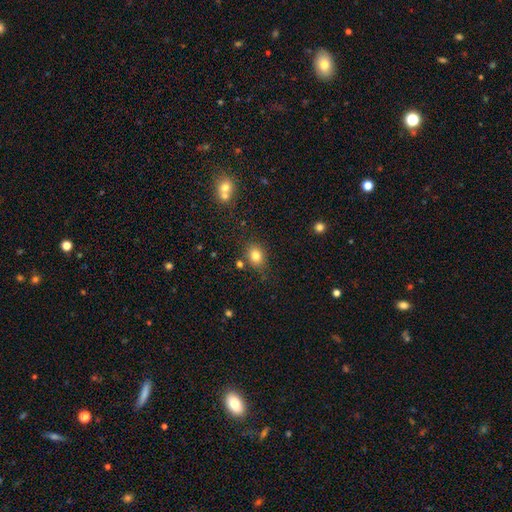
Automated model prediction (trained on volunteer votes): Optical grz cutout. It shows a smooth galaxy with no disk features (80%) that is in between round and cigar-shaped (55%). Merging: none (76%).